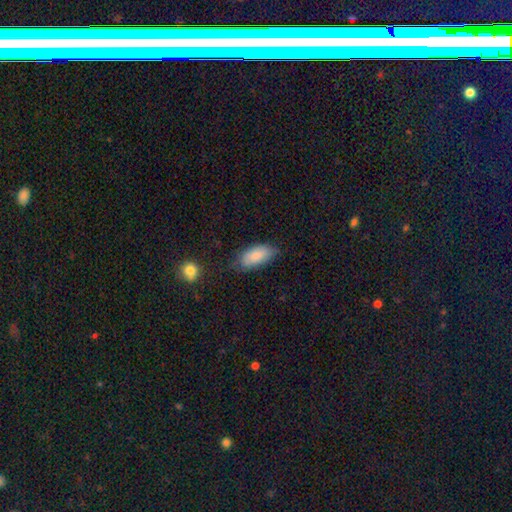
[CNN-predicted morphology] A smooth galaxy with no disk features (85%) that is in between round and cigar-shaped (89%). Merging: none (69%).